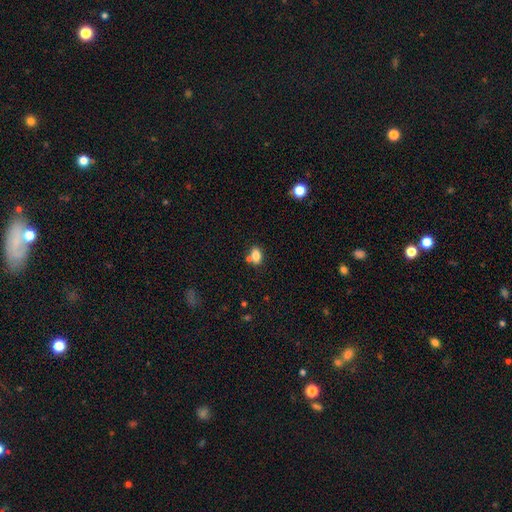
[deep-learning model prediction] Smooth or featured? smooth (81%)
How rounded? in between (81%)
Merging? none (61%)